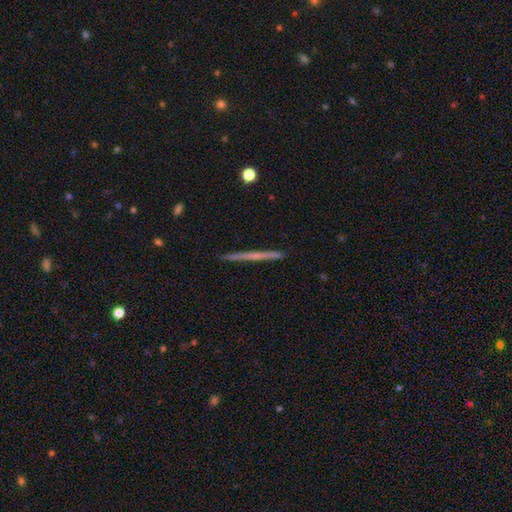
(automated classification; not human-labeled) Q: Smooth or featured?
A: featured or disk (58%); runner-up: smooth (36%)
Q: Edge-on disk?
A: yes (98%); runner-up: no (2%)
Q: Edge-on bulge?
A: none (79%); runner-up: rounded (16%)
Q: Merging?
A: none (92%); runner-up: minor disturbance (6%)